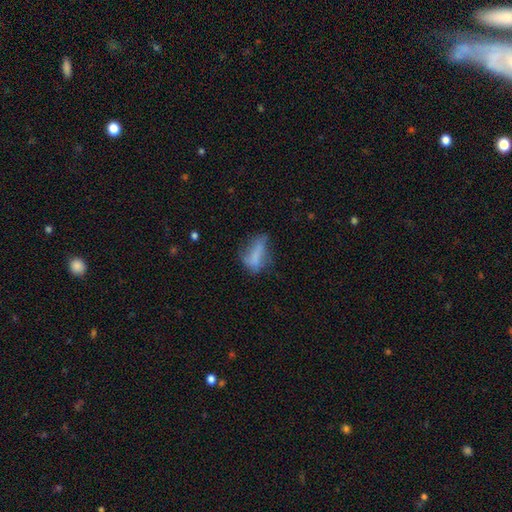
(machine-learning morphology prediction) A smooth galaxy with no disk features (61%) that is in between round and cigar-shaped (67%).

Vote fractions:
- Smooth or featured? smooth: 61% / featured or disk: 27% / star or artifact: 12%
- How rounded? in between: 67% / cigar-shaped: 28% / round: 5%
- Merging? none: 36% / minor disturbance: 31% / major disturbance: 28% / merger: 5%